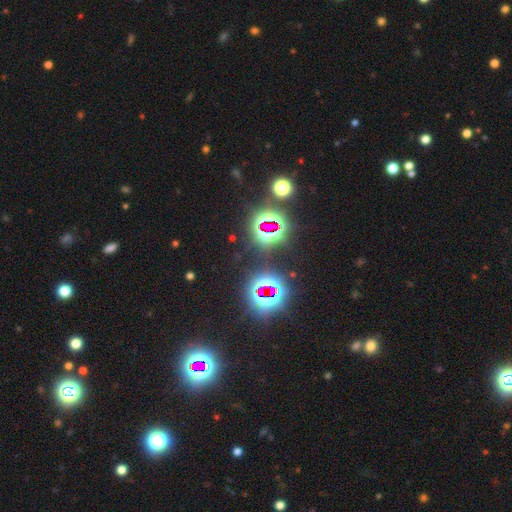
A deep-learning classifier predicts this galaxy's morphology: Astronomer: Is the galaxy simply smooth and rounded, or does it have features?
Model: star or artifact — 82%.